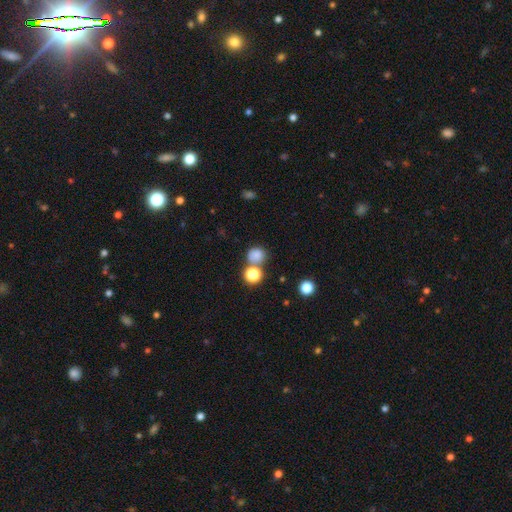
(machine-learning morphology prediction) Smooth or featured? smooth (79%)
How rounded? round (81%)
Merging? none (58%)